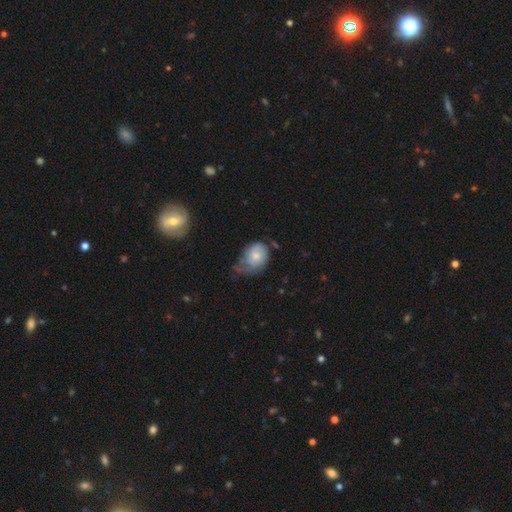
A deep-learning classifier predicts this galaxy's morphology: Smooth or featured?
  - smooth: 62% *
  - featured or disk: 31%
  - star or artifact: 7%
How rounded?
  - in between: 63% *
  - round: 36%
  - cigar-shaped: 1%
Merging?
  - minor disturbance: 40% *
  - major disturbance: 31%
  - none: 25%
  - merger: 4%